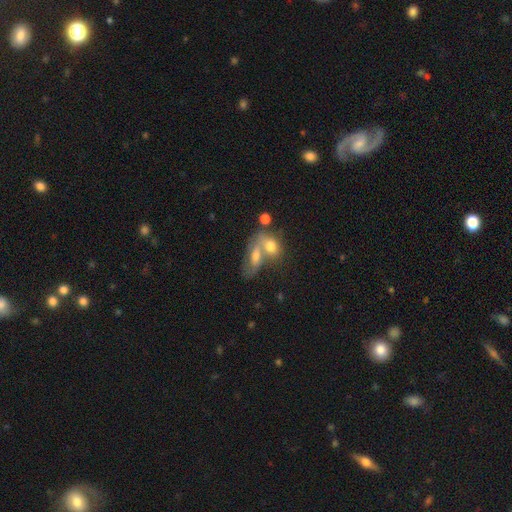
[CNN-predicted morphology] The model was most divided on "smooth or featured": smooth: 58%, featured or disk: 32%, star or artifact: 10%. More confident: how rounded — in between (78%); merging — merger (65%).